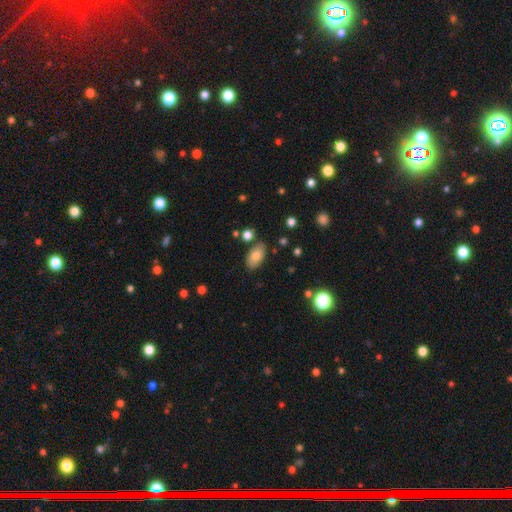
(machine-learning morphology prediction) Overall: smooth (78%). How rounded: in between (93%). Merging: none (81%).